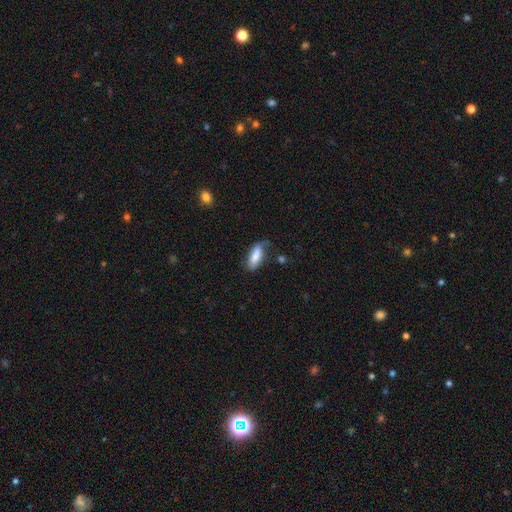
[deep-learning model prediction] Smooth or featured?
  - smooth: 80% *
  - featured or disk: 13%
  - star or artifact: 7%
How rounded?
  - in between: 75% *
  - cigar-shaped: 23%
  - round: 2%
Merging?
  - none: 50% *
  - minor disturbance: 33%
  - major disturbance: 12%
  - merger: 4%